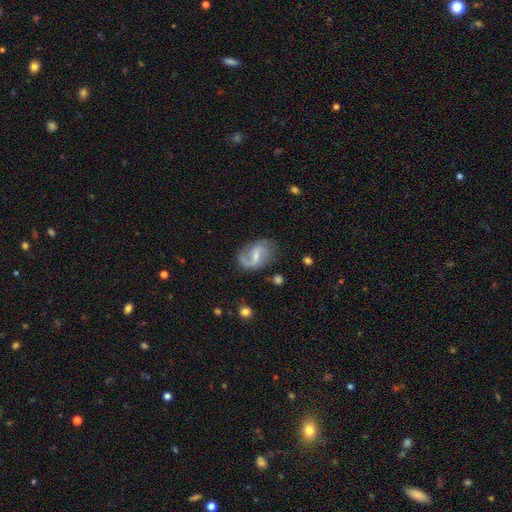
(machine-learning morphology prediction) smooth-or-featured: featured or disk: 79% | smooth: 15% | star or artifact: 6%
  disk-edge-on: no: 98% | yes: 2%
    bar: weak: 58% | no: 23% | strong: 20%
    has-spiral-arms: yes: 94% | no: 6%
      spiral-winding: loose: 58% | medium: 33% | tight: 9%
      spiral-arm-count: 2: 79% | 1: 14% | can't tell: 5% | 3: 1% | 4: 1% | more than 4: 1%
    bulge-size: small: 53% | moderate: 31% | none: 13% | large: 2% | dominant: 1%
  merging: none: 70% | minor disturbance: 19% | major disturbance: 9% | merger: 2%